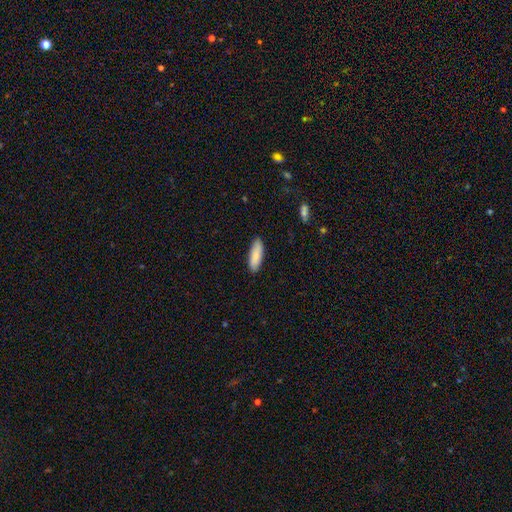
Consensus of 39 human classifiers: Smooth or featured: smooth — 90% (star or artifact — 8%)
How rounded: cigar-shaped — 57% (in between — 40%)
Merging: none — 94% (minor disturbance — 6%)